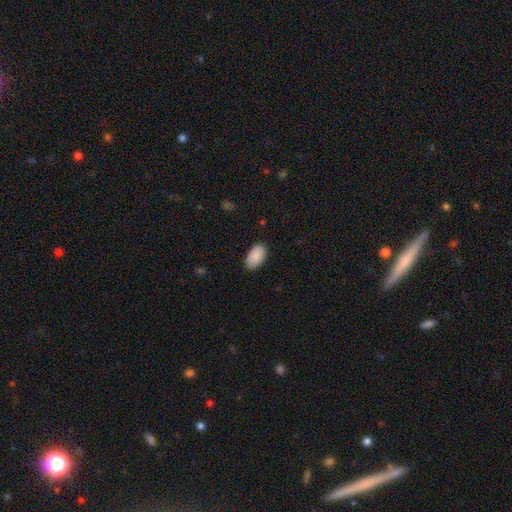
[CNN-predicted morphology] A smooth galaxy with no disk features (90%) that is in between round and cigar-shaped (95%). Merging: none (87%).